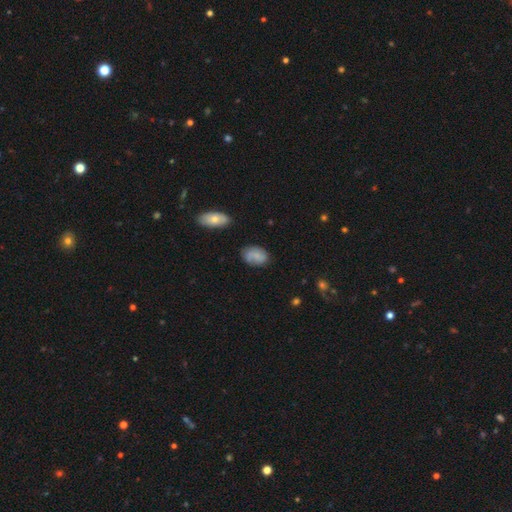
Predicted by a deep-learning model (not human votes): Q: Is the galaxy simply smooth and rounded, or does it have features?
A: smooth — 62%.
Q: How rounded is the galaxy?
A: in between — 80%.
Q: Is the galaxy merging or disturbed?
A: none — 67%.